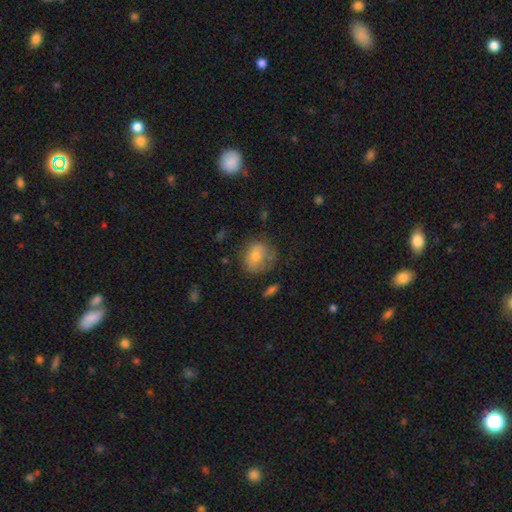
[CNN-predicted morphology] Q: Smooth or featured?
A: smooth (67%); runner-up: featured or disk (23%)
Q: How rounded?
A: round (64%); runner-up: in between (35%)
Q: Merging?
A: none (57%); runner-up: minor disturbance (27%)